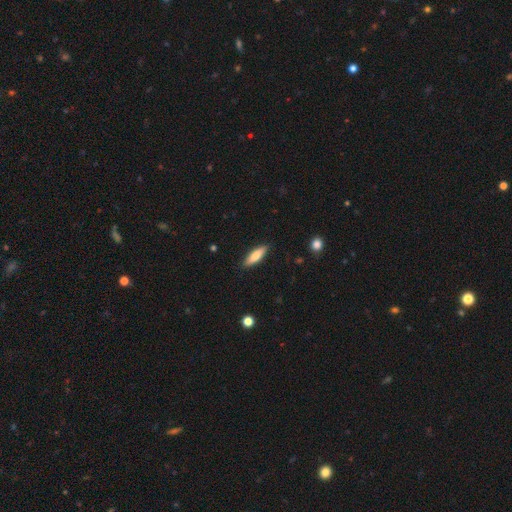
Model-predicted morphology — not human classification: This appears to be a smooth galaxy with no disk features (73%) that is cigar-shaped (56%). Merging: none (88%).